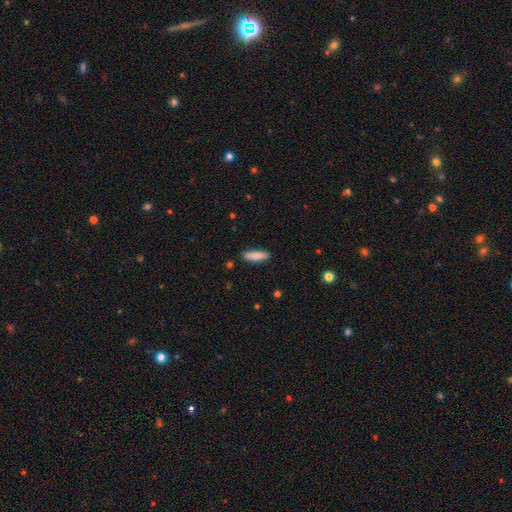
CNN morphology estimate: smooth 84%, featured or disk 11%, star or artifact 6%. Down the decision tree: how rounded — cigar-shaped (53%); merging — none (88%).